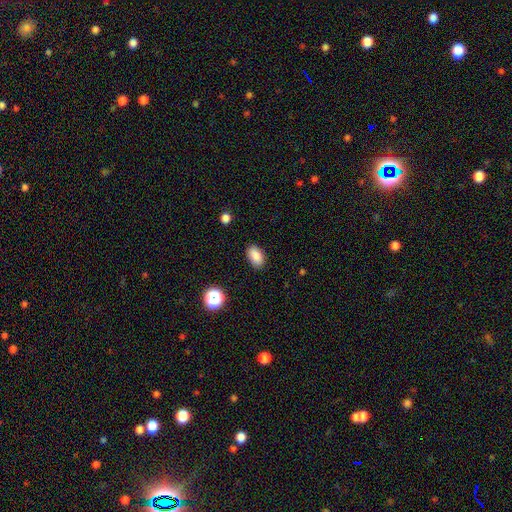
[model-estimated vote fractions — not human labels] Smooth or featured? smooth (86%)
How rounded? in between (91%)
Merging? none (86%)